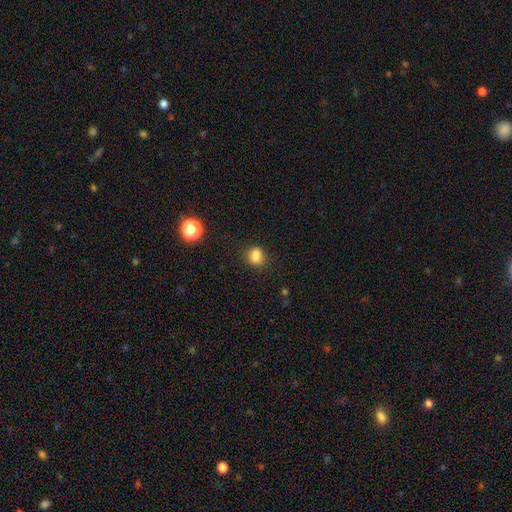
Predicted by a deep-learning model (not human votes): Smooth or featured?
  - smooth: 77% *
  - star or artifact: 13%
  - featured or disk: 10%
How rounded?
  - round: 56% *
  - in between: 42%
  - cigar-shaped: 2%
Merging?
  - none: 55% *
  - merger: 24%
  - minor disturbance: 16%
  - major disturbance: 5%